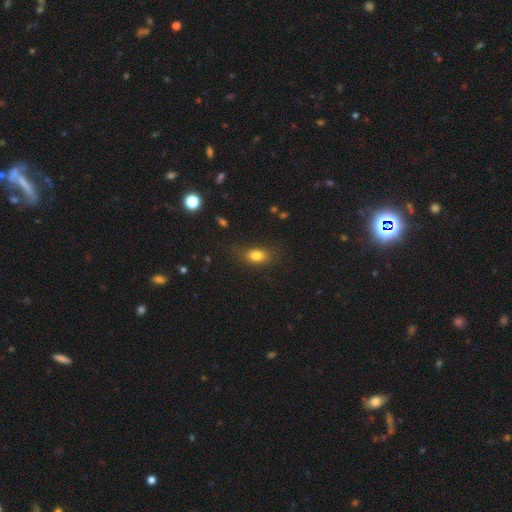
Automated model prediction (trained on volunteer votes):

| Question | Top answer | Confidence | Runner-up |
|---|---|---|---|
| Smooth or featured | smooth | 81% | star or artifact (10%) |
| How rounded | in between | 80% | round (15%) |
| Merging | none | 77% | minor disturbance (16%) |